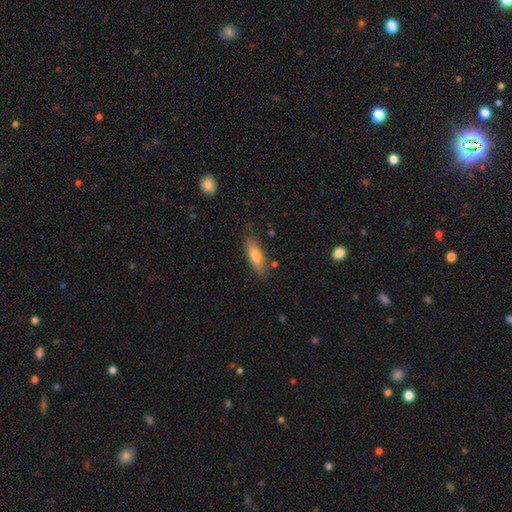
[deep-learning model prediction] Smooth or featured: smooth — 72% (featured or disk — 21%)
How rounded: in between — 63% (cigar-shaped — 35%)
Merging: none — 77% (minor disturbance — 16%)